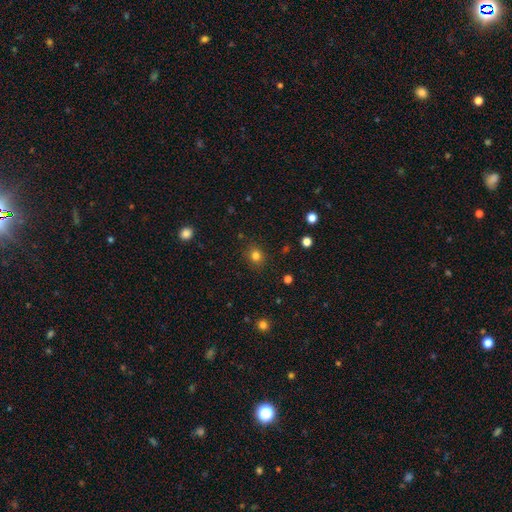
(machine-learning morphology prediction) This is clearly a smooth galaxy (80%). How rounded: likely round (77%). Merging: clearly none (87%).